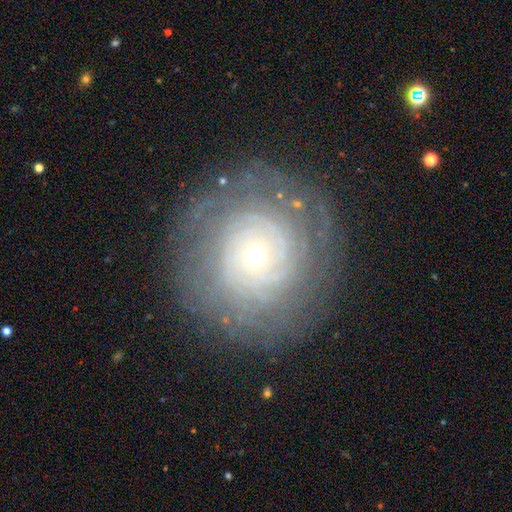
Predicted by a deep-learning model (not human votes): Smooth or featured? Predicted: featured or disk (p=0.77). Edge-on disk? Predicted: no (p=0.97). Bar? Predicted: no (p=0.84). Spiral arms? Predicted: yes (p=0.92). Spiral winding? Predicted: tight (p=0.83). Spiral arm count? Predicted: can't tell (p=0.38). Bulge size? Predicted: small (p=0.80). Merging? Predicted: none (p=0.82).